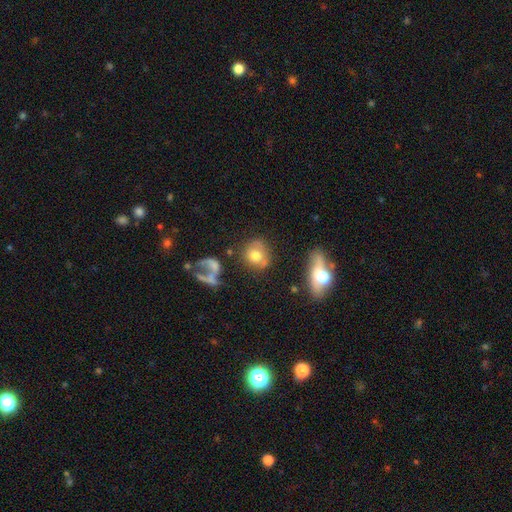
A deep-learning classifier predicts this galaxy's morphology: Smooth or featured: smooth — 66% (featured or disk — 24%)
How rounded: round — 72% (in between — 26%)
Merging: none — 52% (minor disturbance — 21%)